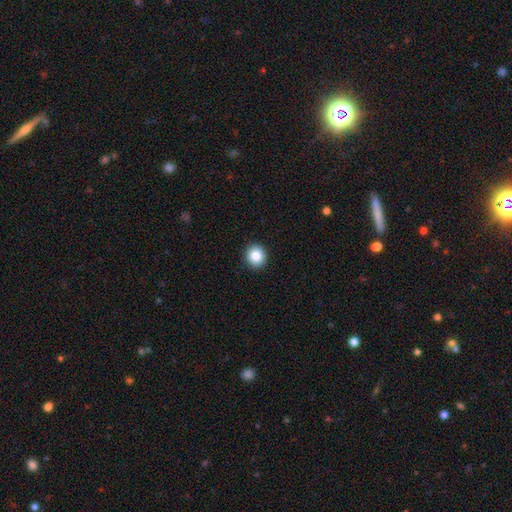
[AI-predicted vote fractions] The model was most divided on "smooth or featured": smooth: 85%, star or artifact: 9%, featured or disk: 5%. More confident: merging — none (92%); how rounded — round (89%).